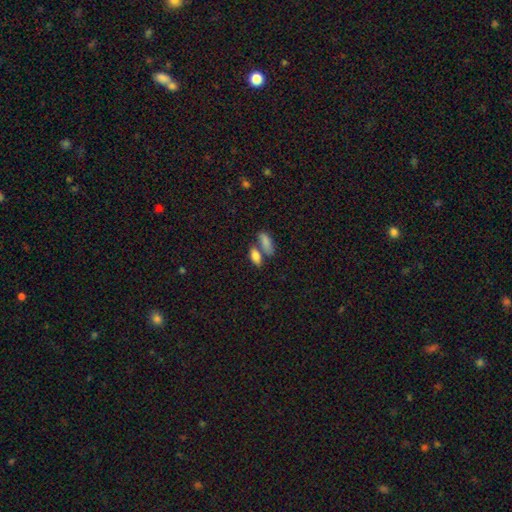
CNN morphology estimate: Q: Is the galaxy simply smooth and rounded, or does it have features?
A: smooth — 82%.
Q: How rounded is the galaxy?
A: in between — 81%.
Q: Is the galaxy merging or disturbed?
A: none — 45%.